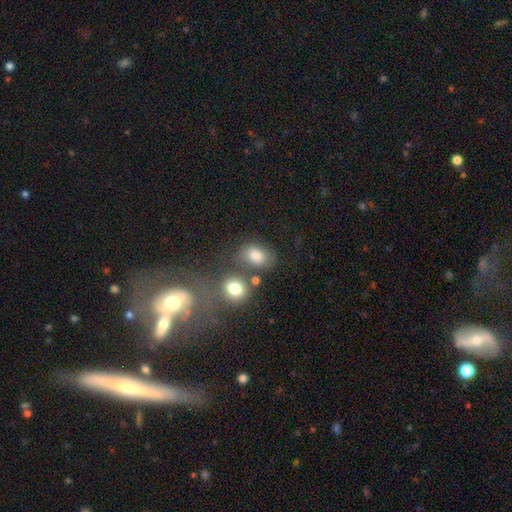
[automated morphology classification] smooth-or-featured: smooth: 75% | star or artifact: 13% | featured or disk: 12%
  how-rounded: in between: 59% | round: 39% | cigar-shaped: 1%
  merging: none: 59% | merger: 19% | minor disturbance: 15% | major disturbance: 7%